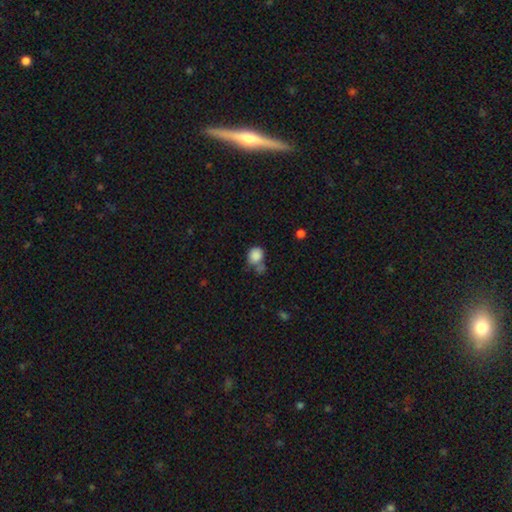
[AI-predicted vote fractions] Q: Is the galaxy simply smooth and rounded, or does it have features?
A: smooth — 86%.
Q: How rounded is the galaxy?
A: round — 67%.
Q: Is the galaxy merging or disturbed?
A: none — 47%.